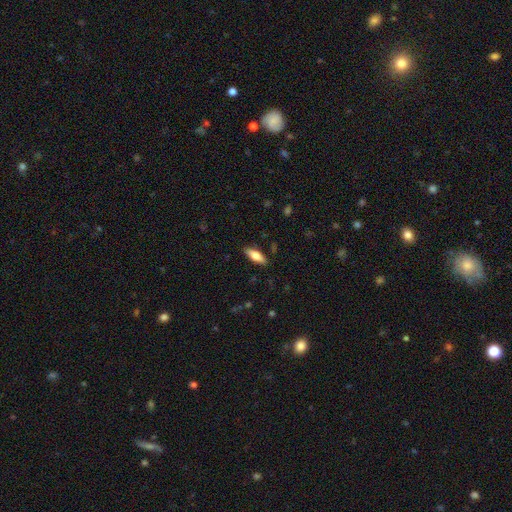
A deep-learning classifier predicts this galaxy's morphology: A smooth galaxy with no disk features (67%) that is in between round and cigar-shaped (59%).

Vote fractions:
- Smooth or featured? smooth: 67% / featured or disk: 27% / star or artifact: 6%
- How rounded? in between: 59% / cigar-shaped: 39% / round: 2%
- Merging? none: 88% / minor disturbance: 9% / major disturbance: 2% / merger: 1%